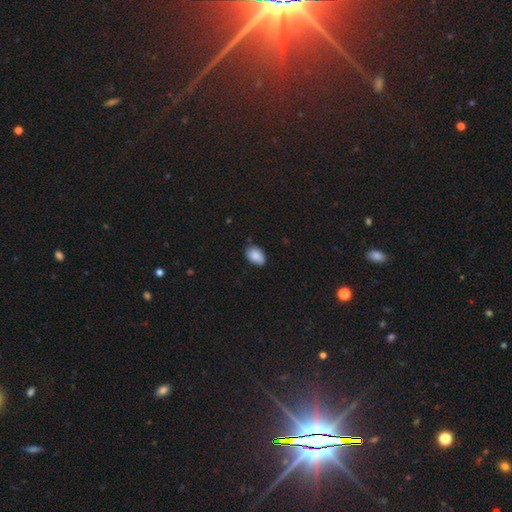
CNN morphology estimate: Smooth or featured? smooth (86%)
How rounded? in between (88%)
Merging? none (74%)